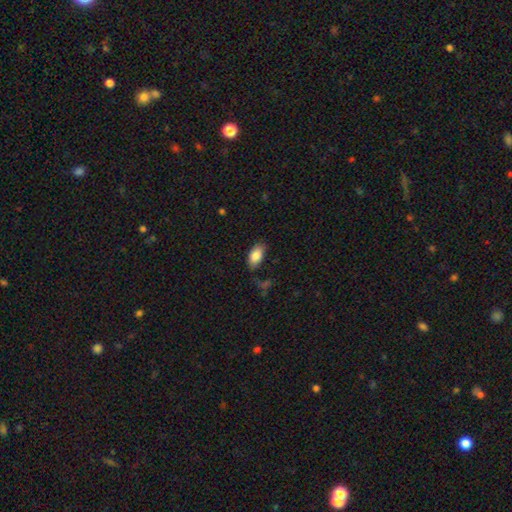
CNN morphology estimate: Q: Smooth or featured?
A: smooth (85%); runner-up: featured or disk (8%)
Q: How rounded?
A: in between (93%); runner-up: round (4%)
Q: Merging?
A: none (75%); runner-up: minor disturbance (19%)